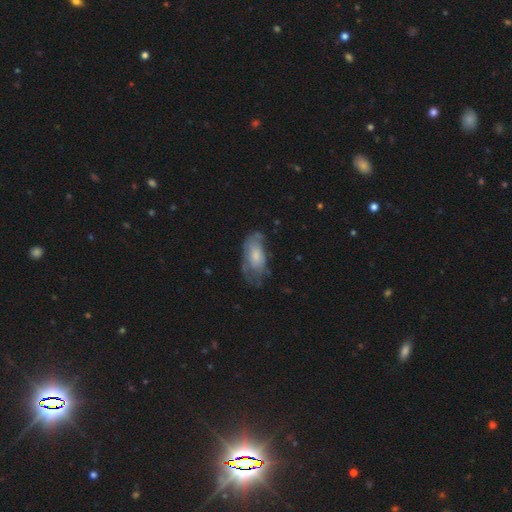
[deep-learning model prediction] Smooth or featured? Predicted: smooth (p=0.53). How rounded? Predicted: in between (p=0.90). Merging? Predicted: none (p=0.42).